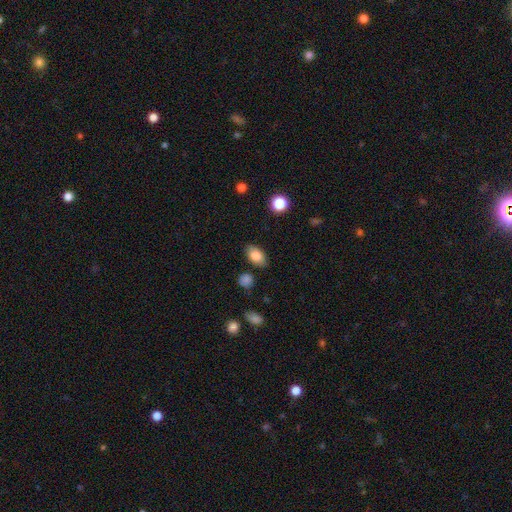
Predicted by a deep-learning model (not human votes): Overall: smooth (83%). How rounded: in between (89%). Merging: none (83%).